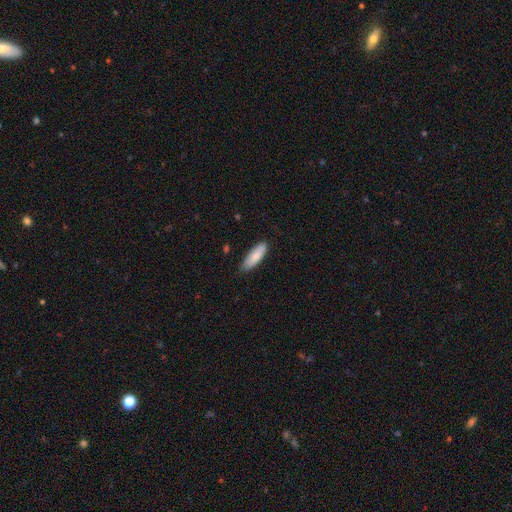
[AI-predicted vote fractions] Morphology: type=smooth (84%); roundness=in between (53%); merging=none (82%).